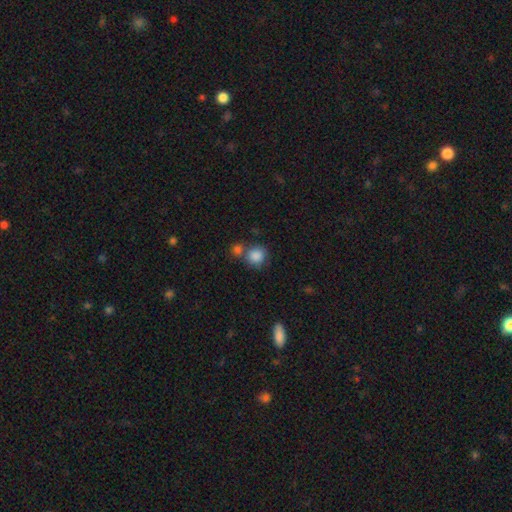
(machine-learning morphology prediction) A smooth galaxy with no disk features (85%) that is round (86%). Merging: none (56%).